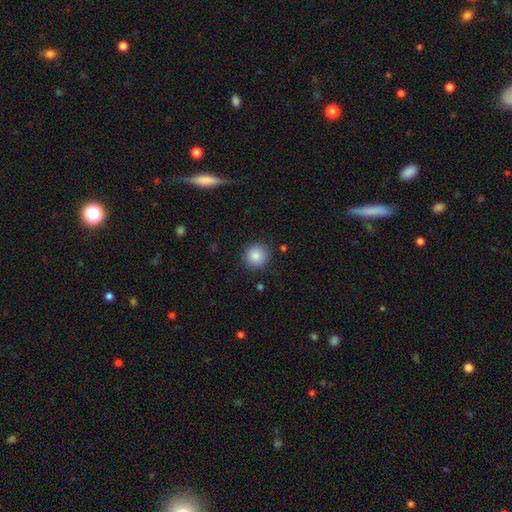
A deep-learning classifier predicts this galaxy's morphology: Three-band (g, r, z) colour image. It shows a smooth galaxy with no disk features (86%) that is round (93%). Merging: none (89%).